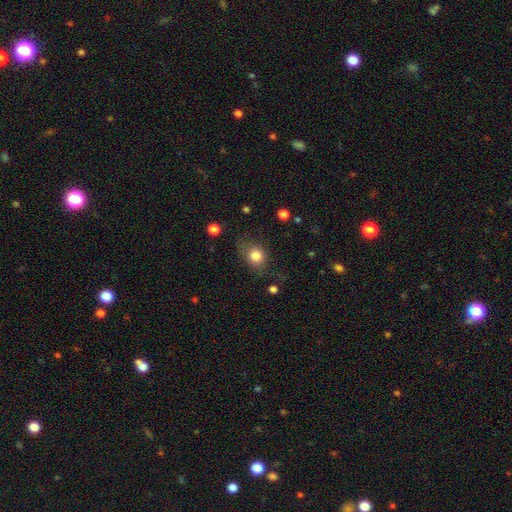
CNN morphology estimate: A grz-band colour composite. It shows a smooth galaxy with no disk features (80%) that is round (49%, tied with in between). Merging: none (62%).